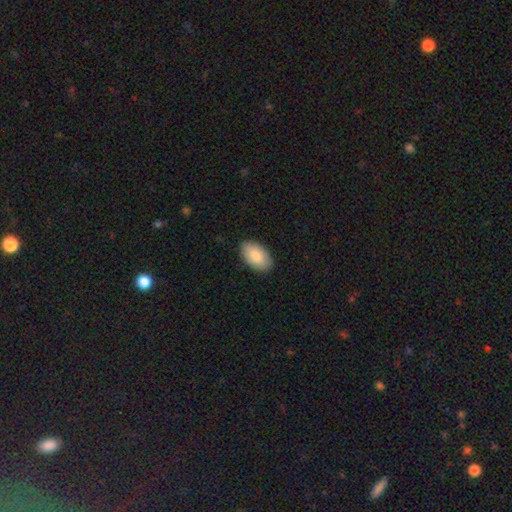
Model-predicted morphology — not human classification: Smooth or featured: smooth — 87% (featured or disk — 8%)
How rounded: in between — 95% (round — 3%)
Merging: none — 89% (minor disturbance — 9%)